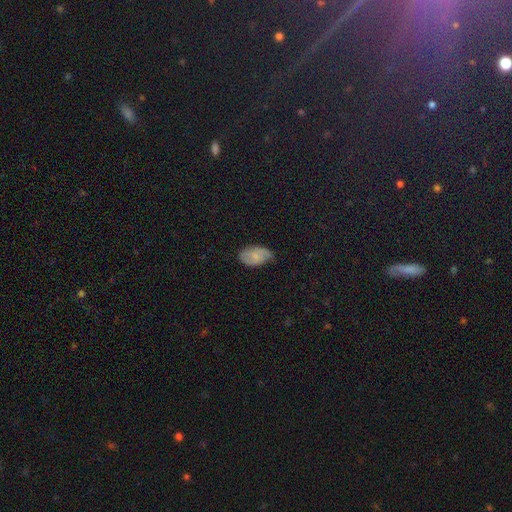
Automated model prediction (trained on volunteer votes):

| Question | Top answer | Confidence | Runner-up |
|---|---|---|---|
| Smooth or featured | smooth | 58% | featured or disk (34%) |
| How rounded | in between | 91% | round (8%) |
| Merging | none | 58% | minor disturbance (34%) |